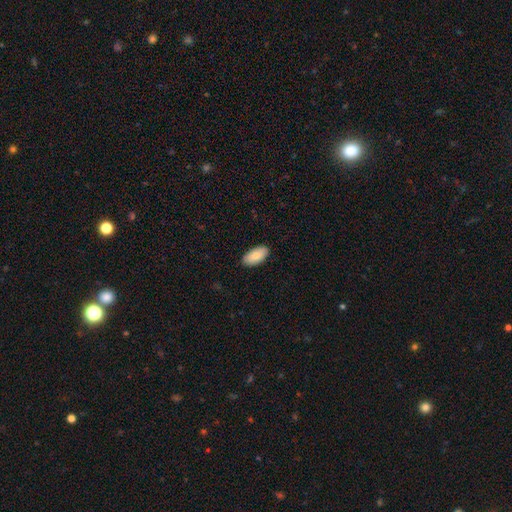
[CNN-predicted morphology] Smooth or featured? Predicted: smooth (p=0.84). How rounded? Predicted: in between (p=0.94). Merging? Predicted: none (p=0.89).